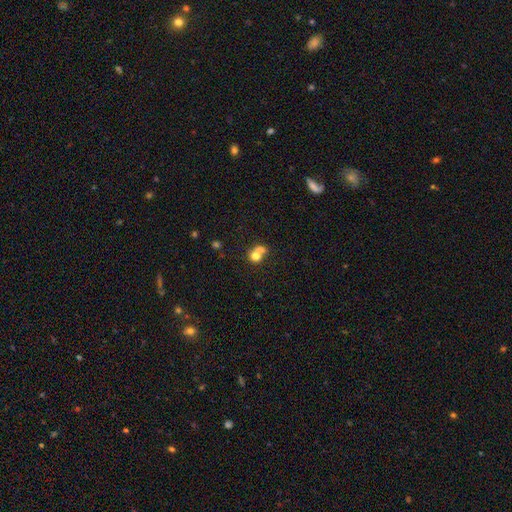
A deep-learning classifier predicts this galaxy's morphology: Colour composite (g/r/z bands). It shows a smooth galaxy with no disk features (71%) that is round (75%). Merging: merger (58%).